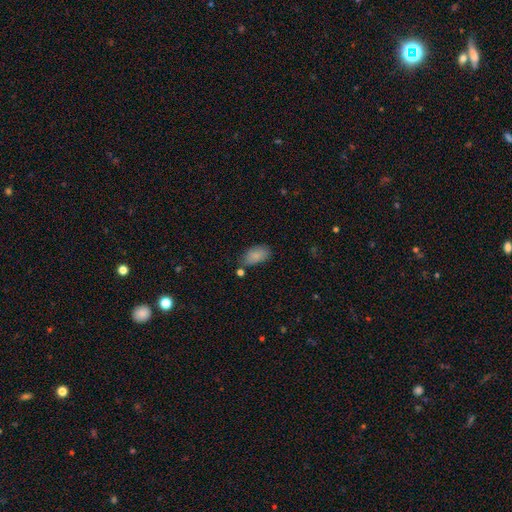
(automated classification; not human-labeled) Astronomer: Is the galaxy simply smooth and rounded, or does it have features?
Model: smooth — 86%.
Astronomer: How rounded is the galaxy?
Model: in between — 93%.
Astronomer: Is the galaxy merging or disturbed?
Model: none — 69%.